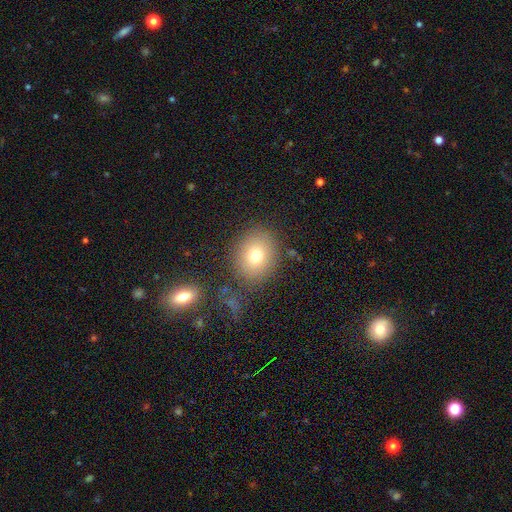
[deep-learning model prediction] This appears to be a smooth galaxy with no disk features (74%) that is round (63%). Merging: none (81%).